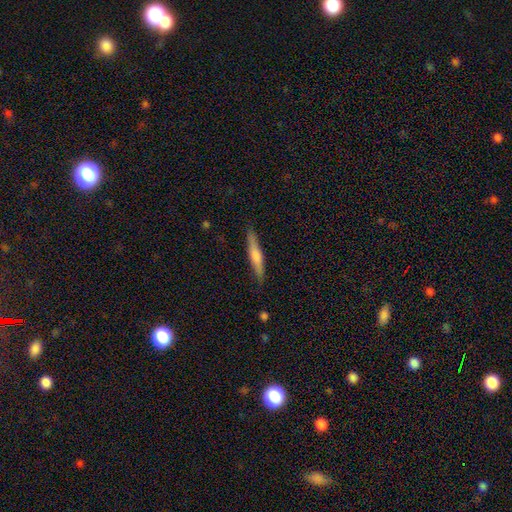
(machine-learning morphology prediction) featured or disk 52%, smooth 42%, star or artifact 6%. Down the decision tree: edge-on disk — yes (96%); merging — none (89%).